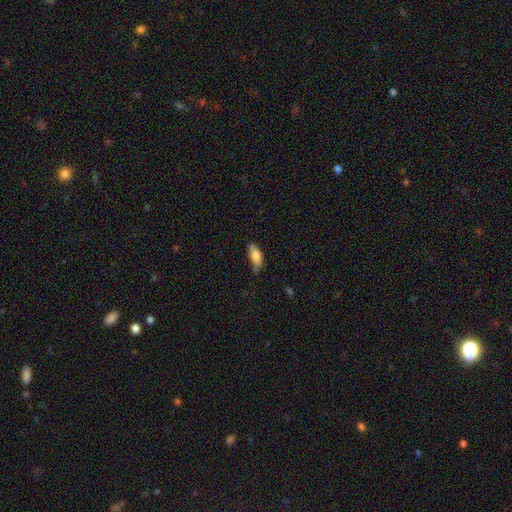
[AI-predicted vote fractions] Q: Smooth or featured?
A: smooth (82%); runner-up: featured or disk (11%)
Q: How rounded?
A: in between (77%); runner-up: cigar-shaped (21%)
Q: Merging?
A: none (60%); runner-up: minor disturbance (32%)